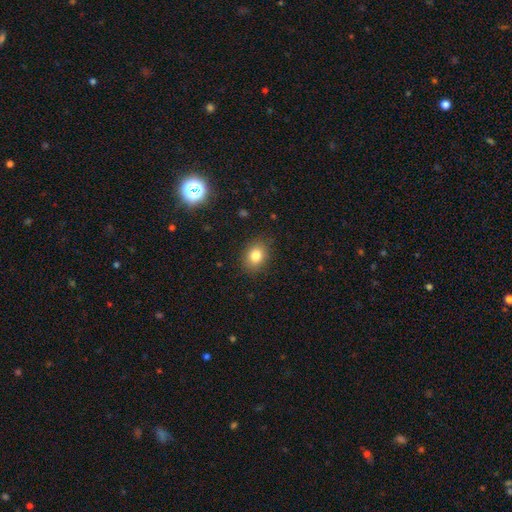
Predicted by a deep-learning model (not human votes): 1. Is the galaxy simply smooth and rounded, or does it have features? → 81% smooth, 11% star or artifact, 8% featured or disk.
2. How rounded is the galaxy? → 55% in between, 44% round, 1% cigar-shaped.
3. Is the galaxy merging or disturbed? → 87% none, 9% minor disturbance, 3% major disturbance, 1% merger.